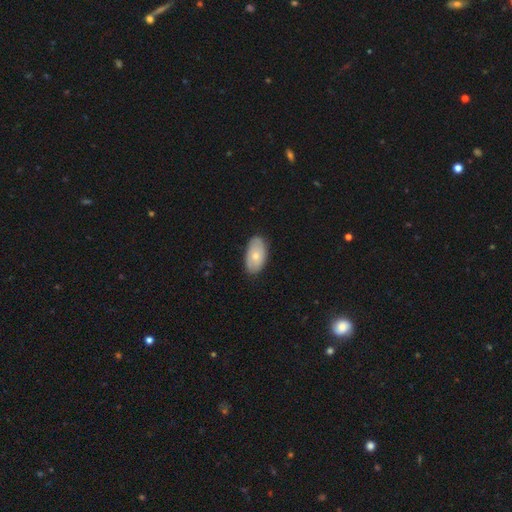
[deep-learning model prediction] smooth-or-featured: smooth: 62% | featured or disk: 32% | star or artifact: 6%
  how-rounded: in between: 93% | round: 5% | cigar-shaped: 2%
  merging: none: 83% | minor disturbance: 14% | major disturbance: 2% | merger: 1%